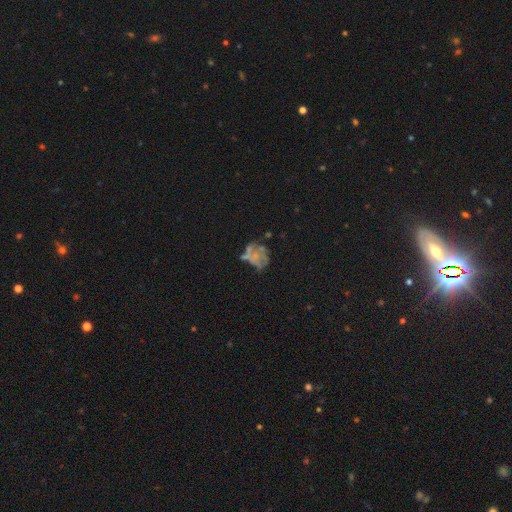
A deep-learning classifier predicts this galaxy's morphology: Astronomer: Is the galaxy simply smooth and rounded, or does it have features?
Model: featured or disk — 54% (runner-up: smooth, 31%).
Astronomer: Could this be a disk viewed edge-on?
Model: no — 98%.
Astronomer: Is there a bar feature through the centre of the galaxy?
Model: no — 93%.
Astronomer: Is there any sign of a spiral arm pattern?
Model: no — 88%.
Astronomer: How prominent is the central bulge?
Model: none — 81%.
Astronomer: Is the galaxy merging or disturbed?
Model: none — 38% (runner-up: major disturbance, 29%).